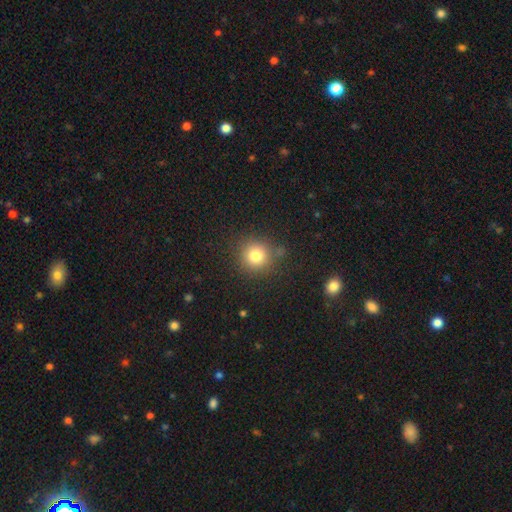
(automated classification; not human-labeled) Morphology: type=smooth (79%); roundness=round (91%); merging=none (83%).